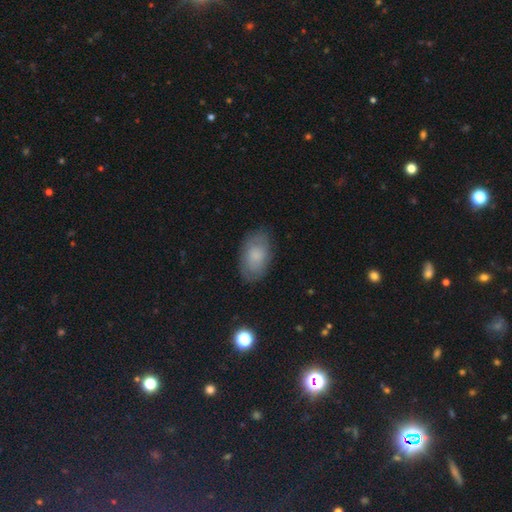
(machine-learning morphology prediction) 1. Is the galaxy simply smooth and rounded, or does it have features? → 70% smooth, 22% featured or disk, 8% star or artifact.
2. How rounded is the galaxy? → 92% in between, 6% round, 2% cigar-shaped.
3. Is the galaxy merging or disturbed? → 80% none, 15% minor disturbance, 4% major disturbance, 1% merger.